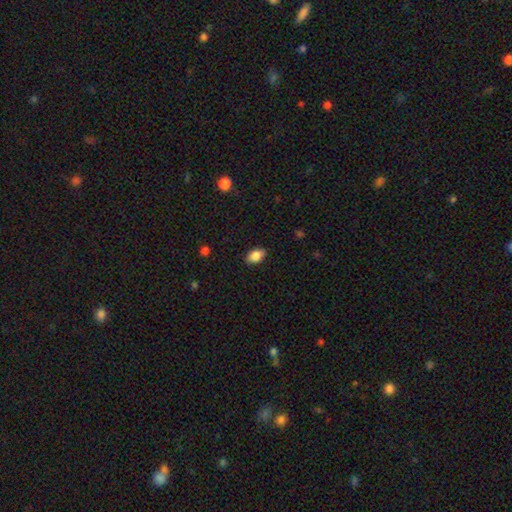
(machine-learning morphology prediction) smooth_or_featured: smooth (p=0.86) [alt: star or artifact p=0.08]
how_rounded: in between (p=0.89) [alt: round p=0.09]
merging: none (p=0.86) [alt: minor disturbance p=0.10]